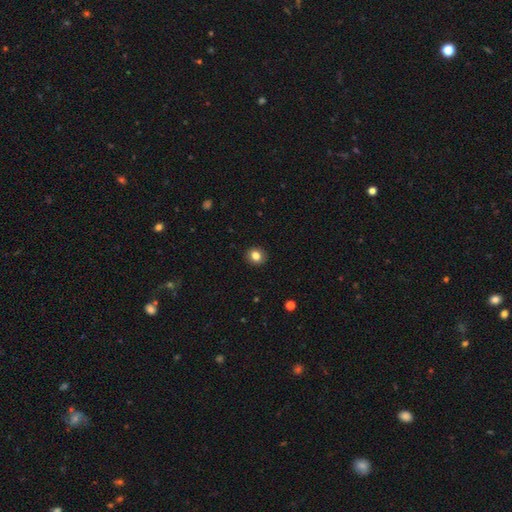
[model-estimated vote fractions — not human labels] A smooth galaxy with no disk features (83%) that is round (75%).

Vote fractions:
- Smooth or featured? smooth: 83% / star or artifact: 10% / featured or disk: 7%
- How rounded? round: 75% / in between: 24% / cigar-shaped: 1%
- Merging? none: 91% / minor disturbance: 6% / major disturbance: 2% / merger: 1%